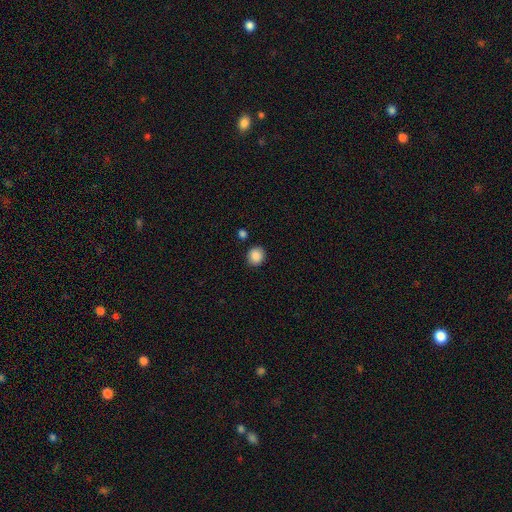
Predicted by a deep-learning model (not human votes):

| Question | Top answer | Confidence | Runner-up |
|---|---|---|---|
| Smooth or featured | smooth | 88% | star or artifact (9%) |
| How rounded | round | 84% | in between (15%) |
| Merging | none | 87% | minor disturbance (8%) |